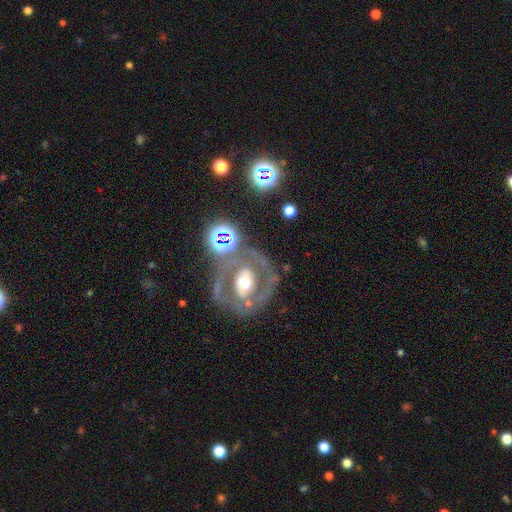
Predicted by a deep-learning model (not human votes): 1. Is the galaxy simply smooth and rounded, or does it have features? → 77% featured or disk, 13% smooth, 10% star or artifact.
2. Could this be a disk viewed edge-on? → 95% no, 5% yes.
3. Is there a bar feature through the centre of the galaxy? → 39% no, 31% strong, 30% weak.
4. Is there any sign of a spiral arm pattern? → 62% yes, 38% no.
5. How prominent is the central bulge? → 63% moderate, 26% small, 8% large, 2% dominant, 2% none.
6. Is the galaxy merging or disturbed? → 62% none, 16% minor disturbance, 13% major disturbance, 9% merger.